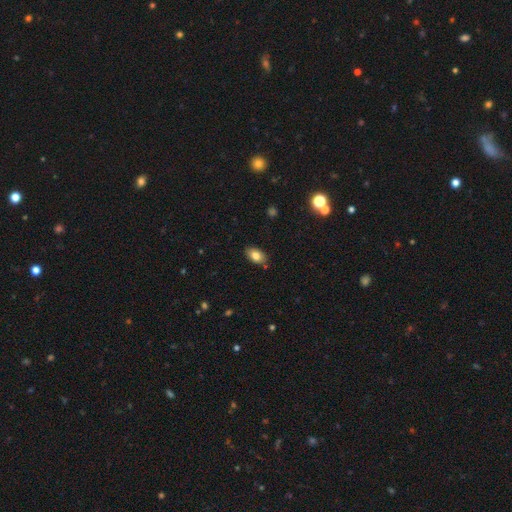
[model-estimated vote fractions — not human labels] smooth_or_featured: smooth (p=0.80) [alt: featured or disk p=0.12]
how_rounded: in between (p=0.89) [alt: round p=0.09]
merging: none (p=0.83) [alt: minor disturbance p=0.12]